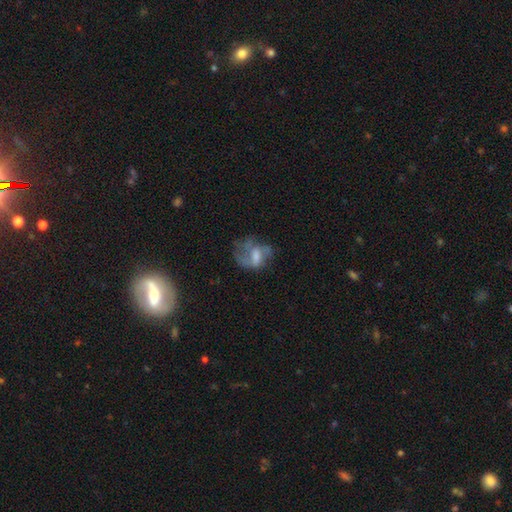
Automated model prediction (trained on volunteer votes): Smooth or featured?
  - featured or disk: 54% *
  - smooth: 36%
  - star or artifact: 10%
Edge-on disk?
  - no: 97% *
  - yes: 3%
Bar?
  - weak: 44% * (tied)
  - no: 44% * (tied)
  - strong: 13%
Spiral arms?
  - yes: 54% *
  - no: 46%
Bulge size?
  - moderate: 40% *
  - small: 32%
  - none: 20%
  - large: 7%
  - dominant: 1%
Merging?
  - major disturbance: 39% *
  - none: 36%
  - minor disturbance: 22%
  - merger: 3%